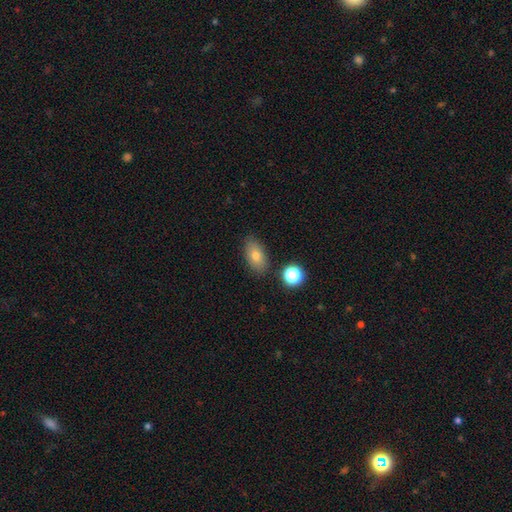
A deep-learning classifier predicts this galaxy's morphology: Overall: smooth (76%). How rounded: in between (87%). Merging: none (84%).